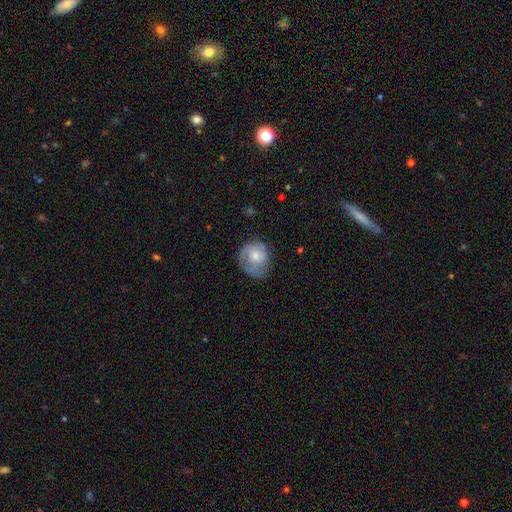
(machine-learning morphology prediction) Smooth or featured? featured or disk (53%)
Edge-on disk? no (97%)
Bar? no (75%)
Spiral arms? yes (80%)
Bulge size? small (50%)
Merging? none (51%)